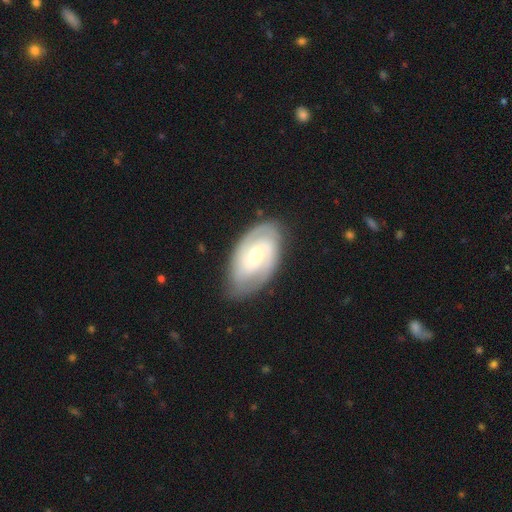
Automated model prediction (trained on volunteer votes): Smooth or featured: featured or disk — 84% (smooth — 12%)
Edge-on disk: no — 96% (yes — 4%)
Bar: no — 46% (weak — 43%)
Spiral arms: yes — 96% (no — 4%)
Spiral winding: tight — 55% (medium — 38%)
Spiral arm count: 2 — 65% (3 — 14%)
Bulge size: moderate — 55% (small — 39%)
Merging: none — 80% (minor disturbance — 15%)